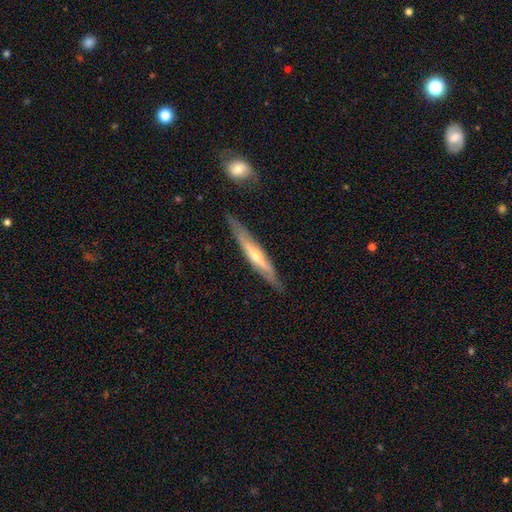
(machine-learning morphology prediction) type=featured or disk (66%); edge-on=yes (86%); edge-on bulge=rounded (73%); merging=none (81%).